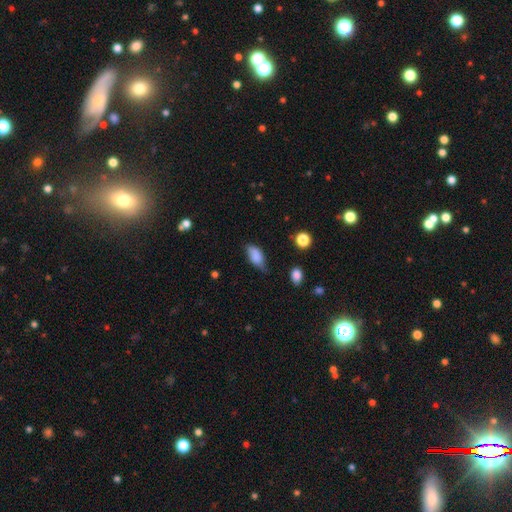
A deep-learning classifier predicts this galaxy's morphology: Overall: smooth (82%). How rounded: in between (89%). Merging: none (53%; minor disturbance 36%).